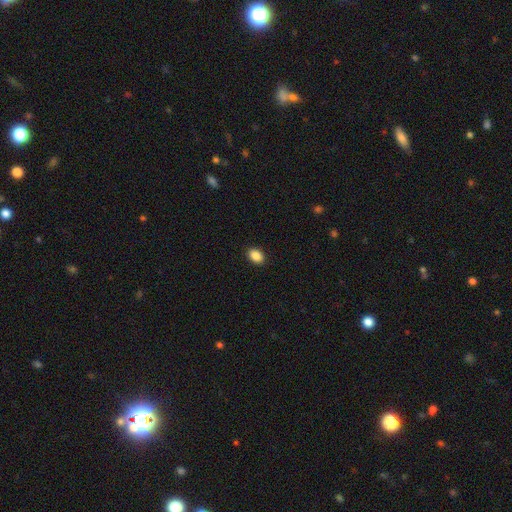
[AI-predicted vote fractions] Morphology: type=smooth (88%); roundness=in between (81%); merging=none (91%).